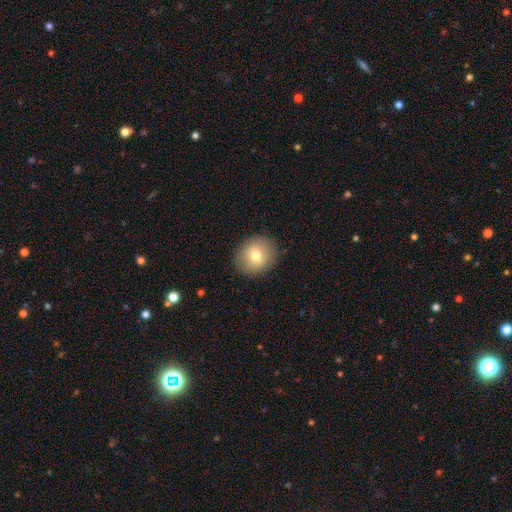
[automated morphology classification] smooth 77%, featured or disk 14%, star or artifact 9%. Down the decision tree: how rounded — round (77%); merging — none (89%).